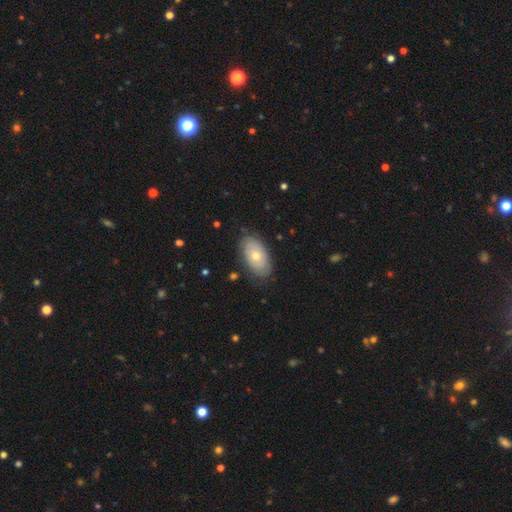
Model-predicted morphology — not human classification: This appears to be a smooth galaxy with no disk features (56%) that is in between round and cigar-shaped (93%). Merging: none (81%).